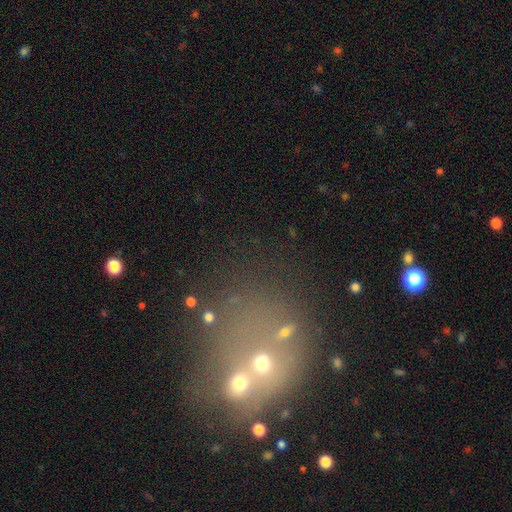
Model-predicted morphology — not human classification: This is marginally a star or artifact rather than a galaxy (44%).